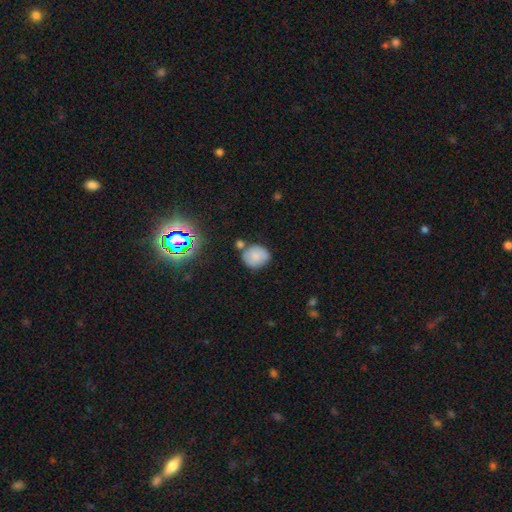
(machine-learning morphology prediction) This appears to be a smooth galaxy with no disk features (77%) that is round (67%). Merging: none (64%).